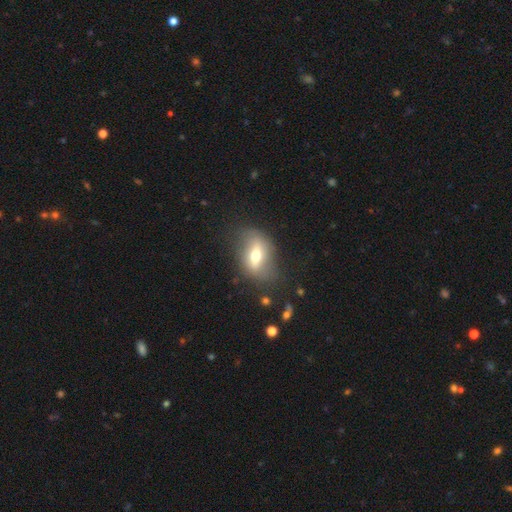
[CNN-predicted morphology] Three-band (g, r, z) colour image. It shows a smooth galaxy with no disk features (46%). Merging: none (71%).